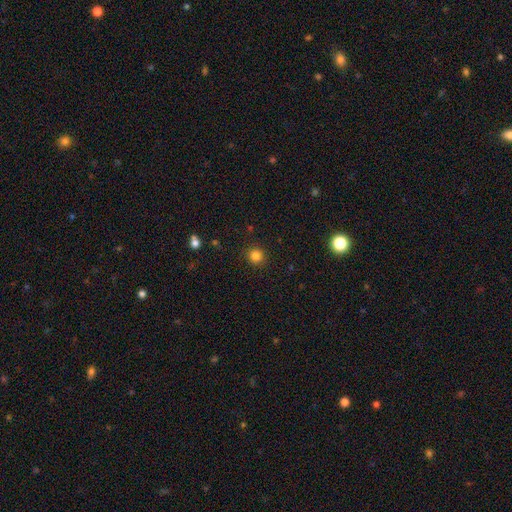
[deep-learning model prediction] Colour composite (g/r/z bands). It shows a smooth galaxy with no disk features (83%) that is round (93%). Merging: none (92%).